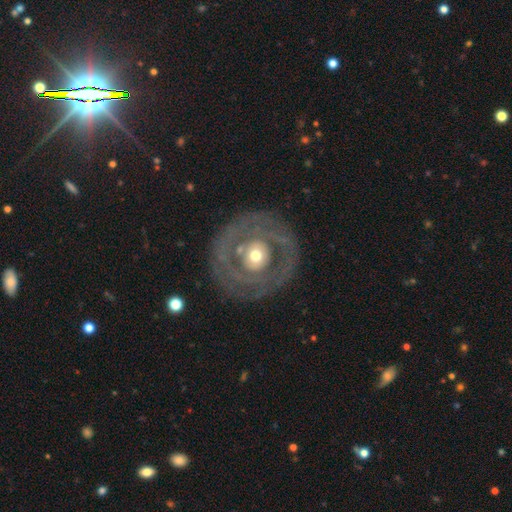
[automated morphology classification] featured or disk 69%, smooth 25%, star or artifact 6%. Down the decision tree: edge-on disk — no (96%); bar — no (78%); spiral arms — no (59%); bulge size — moderate (64%); merging — none (76%).